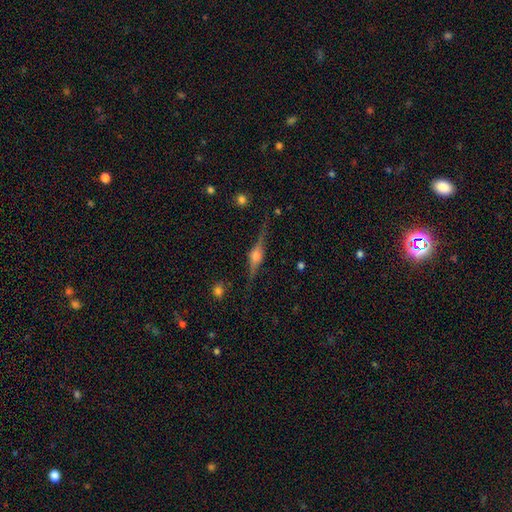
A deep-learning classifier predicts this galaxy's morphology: This is clearly a featured or disk galaxy (83%). It is clearly viewed edge-on (98%). Edge-on bulge: clearly rounded (91%). Merging: clearly none (86%).